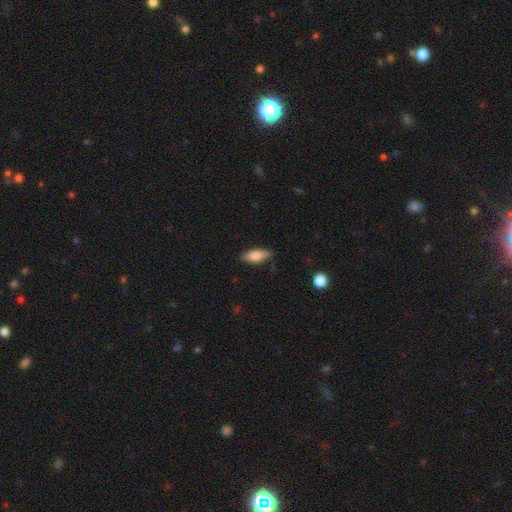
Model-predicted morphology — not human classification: type=smooth (68%); roundness=in between (68%); merging=none (82%).